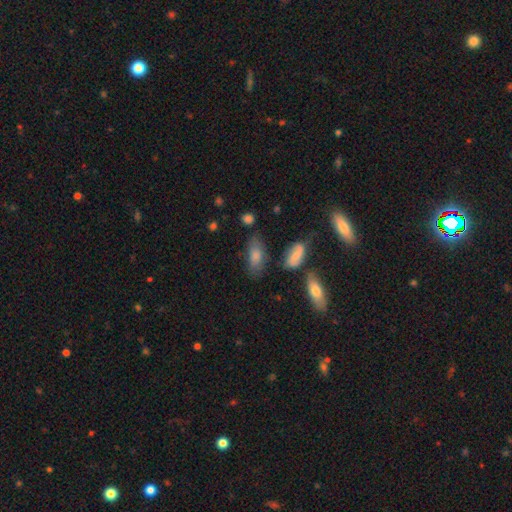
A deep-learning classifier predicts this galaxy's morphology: smooth_or_featured: smooth (p=0.78) [alt: featured or disk p=0.14]
how_rounded: in between (p=0.88) [alt: cigar-shaped p=0.08]
merging: none (p=0.66) [alt: minor disturbance p=0.21]